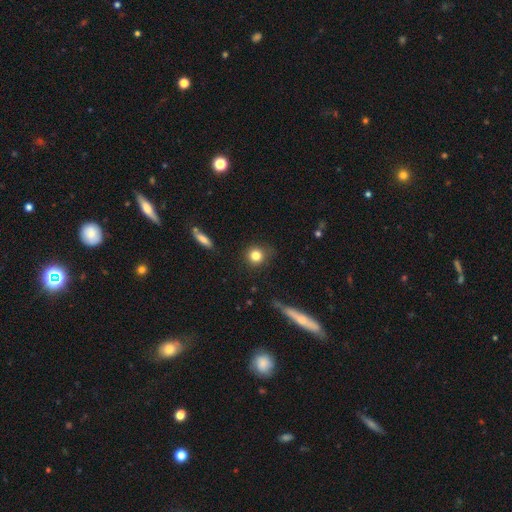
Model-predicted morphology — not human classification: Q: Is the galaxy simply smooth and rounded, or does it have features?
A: smooth — 83%.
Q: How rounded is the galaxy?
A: round — 89%.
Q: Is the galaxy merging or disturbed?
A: none — 83%.